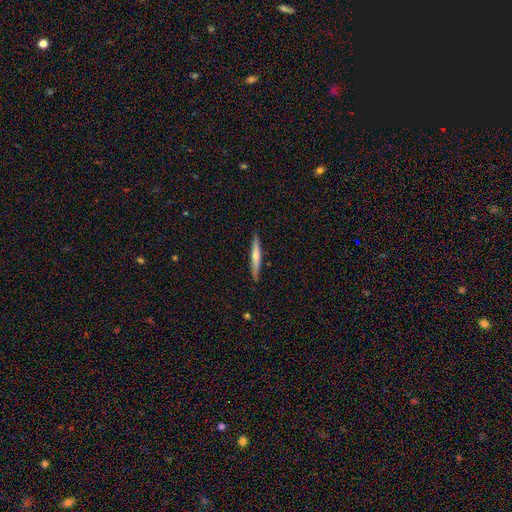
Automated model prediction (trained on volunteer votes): Smooth or featured? smooth (50%)
Merging? none (89%)